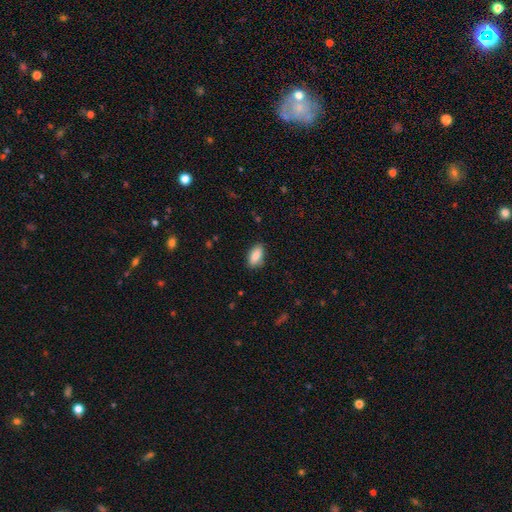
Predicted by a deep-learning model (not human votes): This appears to be a smooth galaxy with no disk features (87%) that is in between round and cigar-shaped (90%). Merging: none (85%).